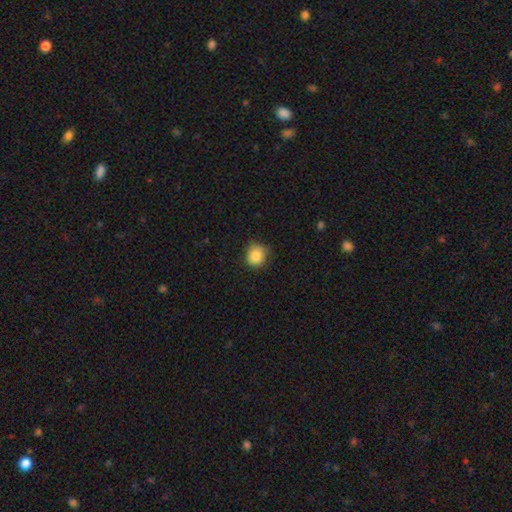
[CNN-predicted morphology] smooth_or_featured: smooth (p=0.86) [alt: star or artifact p=0.10]
how_rounded: round (p=0.83) [alt: in between p=0.16]
merging: none (p=0.75) [alt: minor disturbance p=0.20]